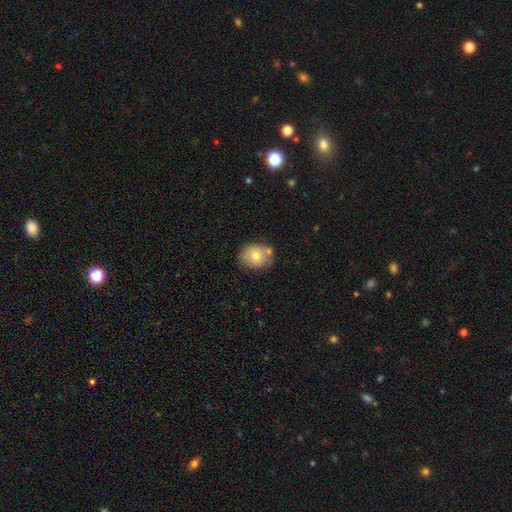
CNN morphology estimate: Smooth or featured?
  - smooth: 73% *
  - featured or disk: 19%
  - star or artifact: 8%
How rounded?
  - round: 54% *
  - in between: 45%
  - cigar-shaped: 1%
Merging?
  - none: 66% *
  - minor disturbance: 17%
  - merger: 13%
  - major disturbance: 4%